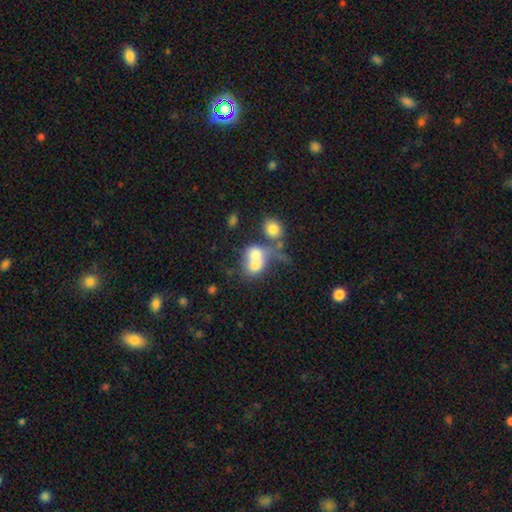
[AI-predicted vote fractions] smooth_or_featured: smooth (p=0.64) [alt: featured or disk p=0.25]
how_rounded: in between (p=0.60) [alt: round p=0.38]
merging: merger (p=0.64) [alt: none p=0.15]